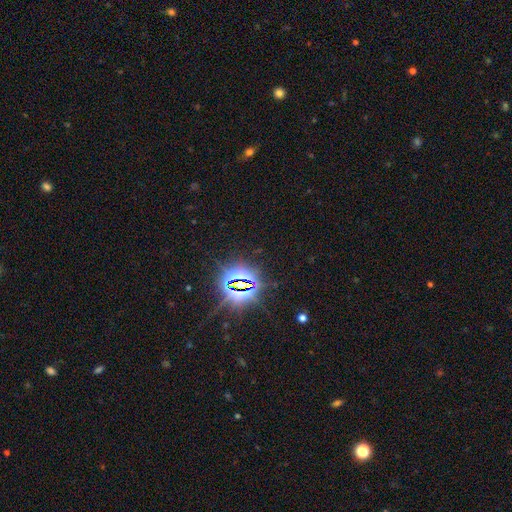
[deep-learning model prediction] Overall: star or artifact (84%).